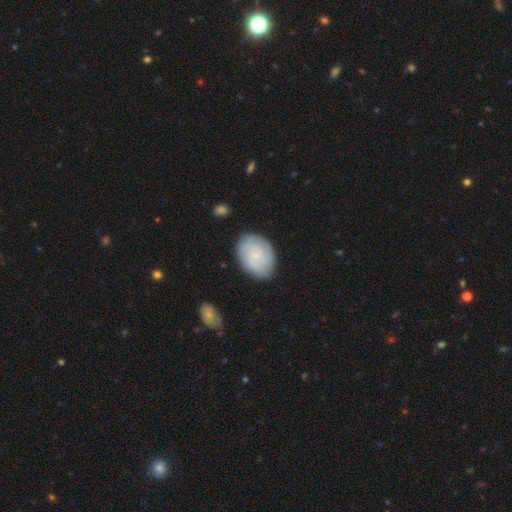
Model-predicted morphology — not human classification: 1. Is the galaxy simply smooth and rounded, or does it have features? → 60% featured or disk, 33% smooth, 6% star or artifact.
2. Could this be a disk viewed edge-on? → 97% no, 3% yes.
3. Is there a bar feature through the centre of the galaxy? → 72% no, 25% weak, 3% strong.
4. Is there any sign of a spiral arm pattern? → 89% yes, 11% no.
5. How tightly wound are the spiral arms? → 64% tight, 28% medium, 8% loose.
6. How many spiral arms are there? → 39% can't tell, 25% 2, 18% 3, 8% 4, 5% 1, 5% more than 4.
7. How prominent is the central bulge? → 81% small, 12% moderate, 5% none, 1% large, 1% dominant.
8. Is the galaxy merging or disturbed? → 80% none, 15% minor disturbance, 4% major disturbance, 2% merger.